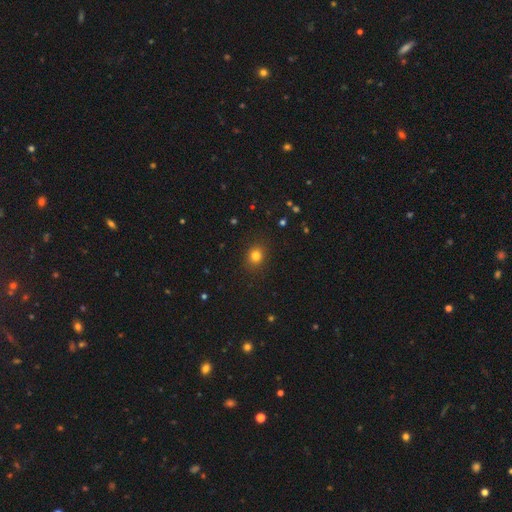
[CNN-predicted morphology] Overall: smooth (80%). How rounded: round (74%). Merging: none (89%).